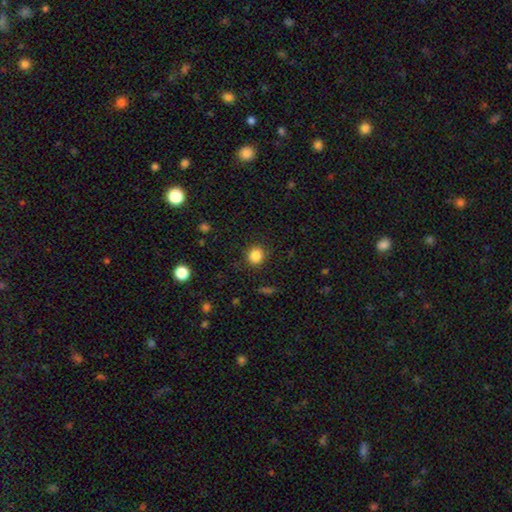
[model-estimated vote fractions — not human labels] Overall: smooth (85%). How rounded: round (85%). Merging: none (88%).